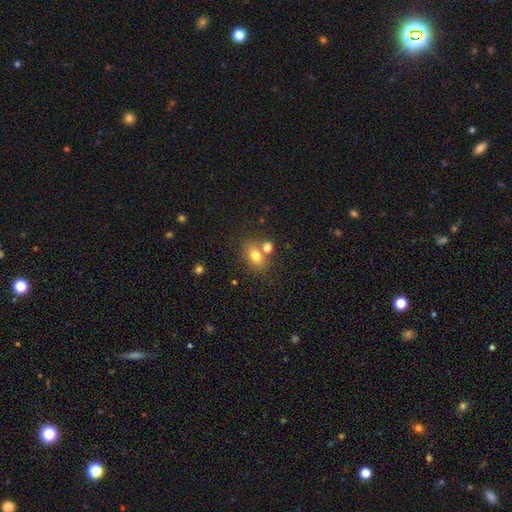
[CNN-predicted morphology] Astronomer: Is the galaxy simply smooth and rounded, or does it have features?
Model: smooth — 77%.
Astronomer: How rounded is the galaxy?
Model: in between — 75%.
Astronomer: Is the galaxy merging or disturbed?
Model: none — 65%.